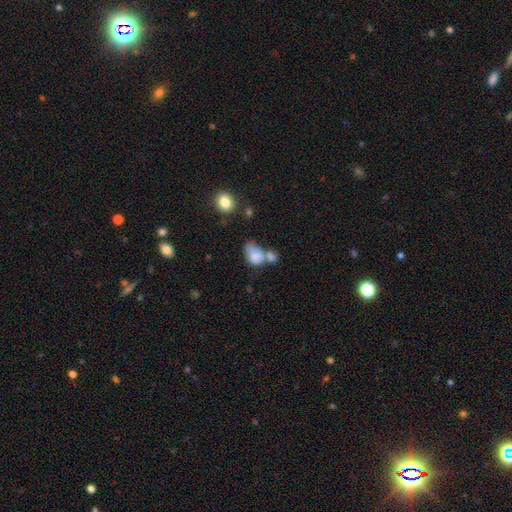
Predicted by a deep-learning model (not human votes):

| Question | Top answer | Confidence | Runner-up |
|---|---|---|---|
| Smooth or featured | smooth | 77% | featured or disk (15%) |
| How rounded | in between | 77% | round (22%) |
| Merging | merger | 50% | none (20%) |